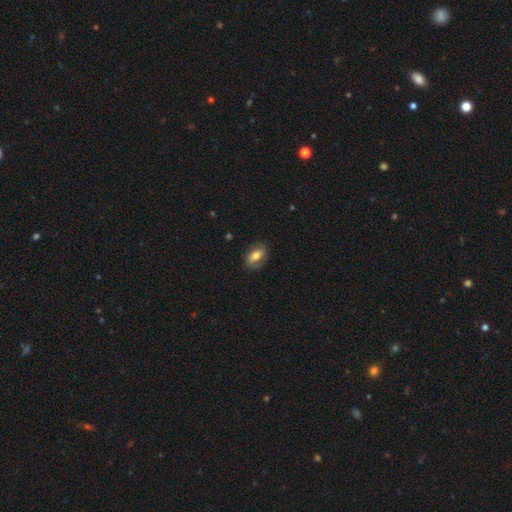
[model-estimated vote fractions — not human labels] Morphology: type=smooth (64%); roundness=in between (86%); merging=none (79%).